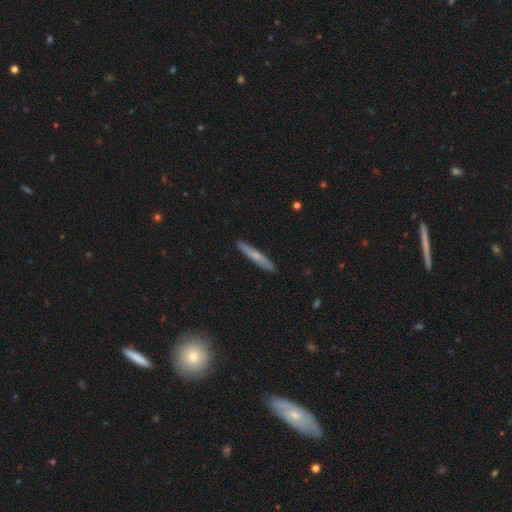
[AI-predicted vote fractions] Smooth or featured? Predicted: smooth (p=0.52). How rounded? Predicted: cigar-shaped (p=0.94). Merging? Predicted: none (p=0.90).